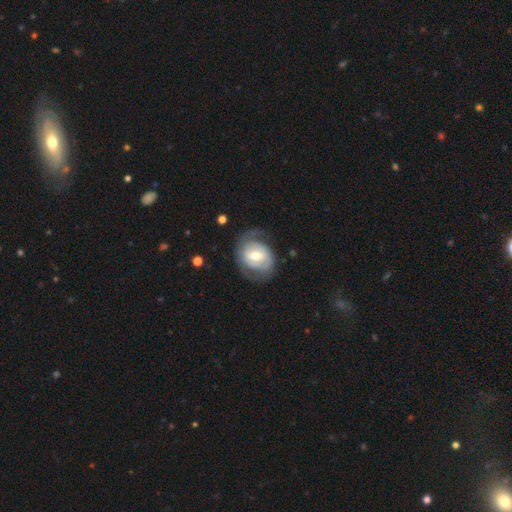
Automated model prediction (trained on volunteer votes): smooth-or-featured: featured or disk: 67% | smooth: 27% | star or artifact: 5%
  disk-edge-on: no: 96% | yes: 4%
    bar: weak: 49% | strong: 27% | no: 24%
    has-spiral-arms: yes: 73% | no: 27%
    bulge-size: moderate: 67% | small: 19% | large: 11% | none: 1% | dominant: 1%
  merging: none: 59% | minor disturbance: 23% | major disturbance: 17% | merger: 2%